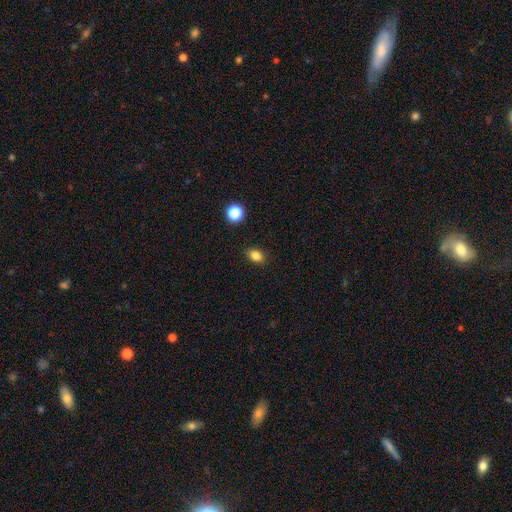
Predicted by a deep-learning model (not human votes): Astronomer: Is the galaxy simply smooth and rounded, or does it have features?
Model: smooth — 83%.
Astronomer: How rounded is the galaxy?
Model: in between — 66%.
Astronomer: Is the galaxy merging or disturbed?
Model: none — 87%.